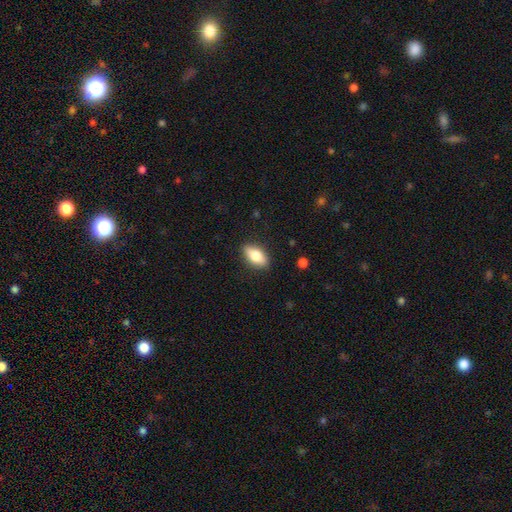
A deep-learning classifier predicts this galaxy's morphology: smooth-or-featured: smooth: 77% | featured or disk: 16% | star or artifact: 7%
  how-rounded: in between: 87% | cigar-shaped: 8% | round: 5%
  merging: none: 87% | minor disturbance: 10% | major disturbance: 2% | merger: 1%